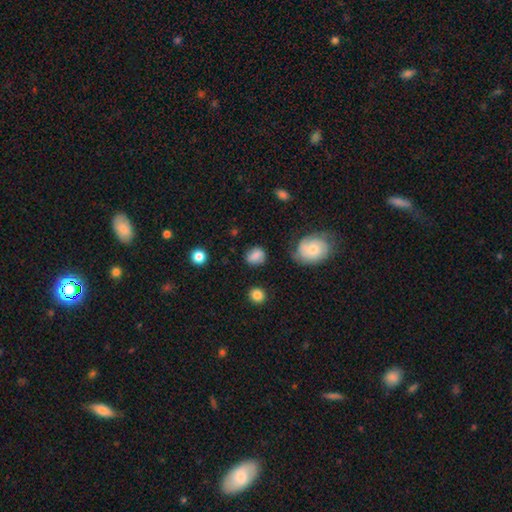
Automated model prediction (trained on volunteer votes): smooth-or-featured: smooth: 76% | featured or disk: 14% | star or artifact: 10%
  how-rounded: round: 51% | in between: 47% | cigar-shaped: 2%
  merging: none: 73% | minor disturbance: 18% | major disturbance: 6% | merger: 4%